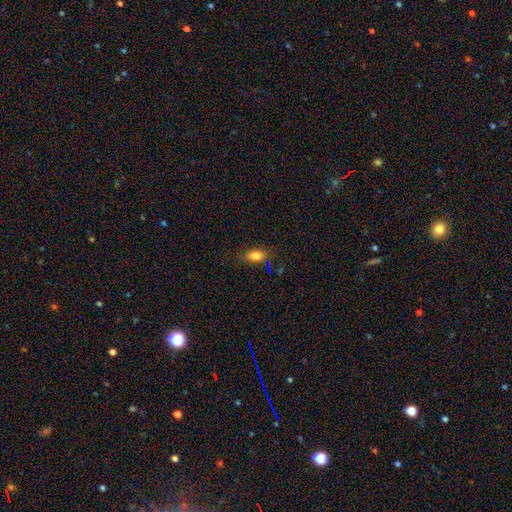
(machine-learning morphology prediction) Smooth or featured: smooth — 82% (star or artifact — 10%)
How rounded: in between — 85% (cigar-shaped — 8%)
Merging: none — 79% (minor disturbance — 15%)